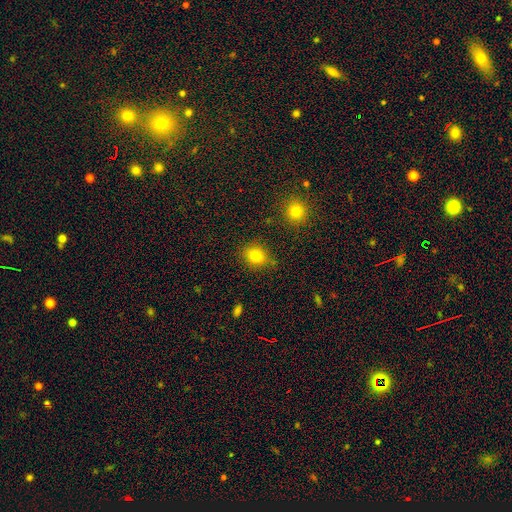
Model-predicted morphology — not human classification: type=smooth (79%); roundness=round (60%); merging=none (80%).